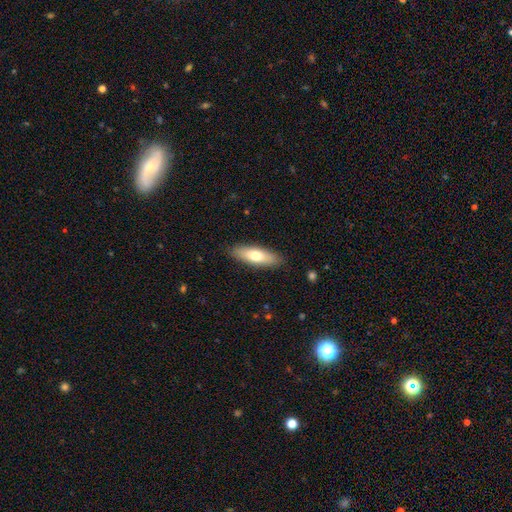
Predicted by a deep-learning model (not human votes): smooth 68%, featured or disk 26%, star or artifact 6%. Down the decision tree: how rounded — in between (54%); merging — none (88%).